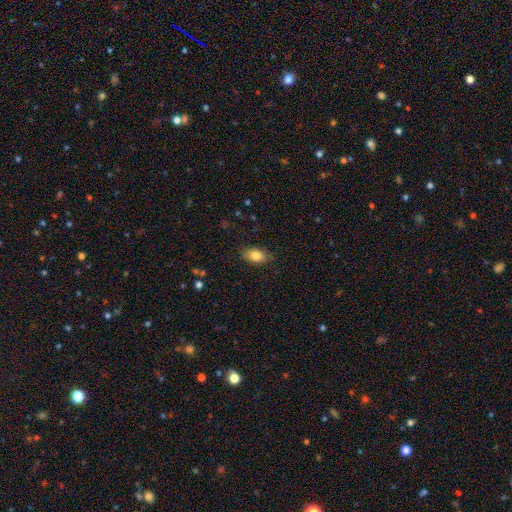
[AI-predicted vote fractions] smooth 82%, featured or disk 10%, star or artifact 8%. Down the decision tree: how rounded — in between (86%); merging — none (83%).